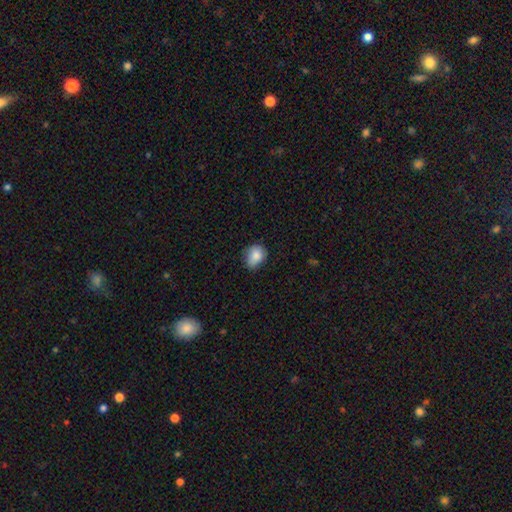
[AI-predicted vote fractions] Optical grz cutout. It shows a smooth galaxy with no disk features (84%) that is in between round and cigar-shaped (52%). Merging: none (61%).